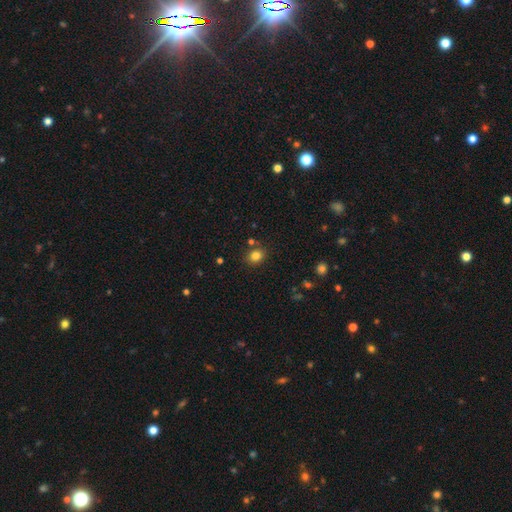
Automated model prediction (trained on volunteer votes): Morphology: type=smooth (82%); roundness=round (67%); merging=none (81%).